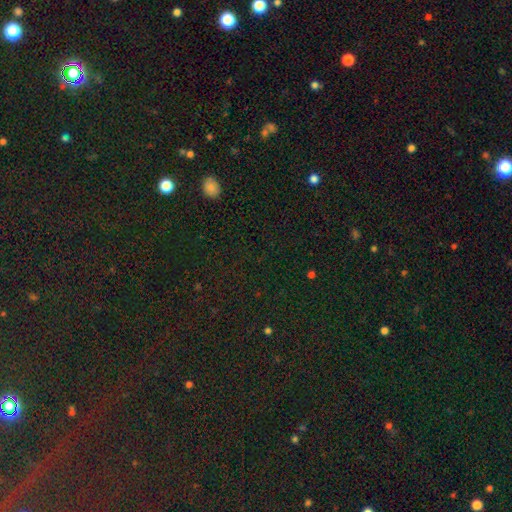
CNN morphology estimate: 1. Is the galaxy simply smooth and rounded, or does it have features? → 76% star or artifact, 17% smooth, 7% featured or disk.